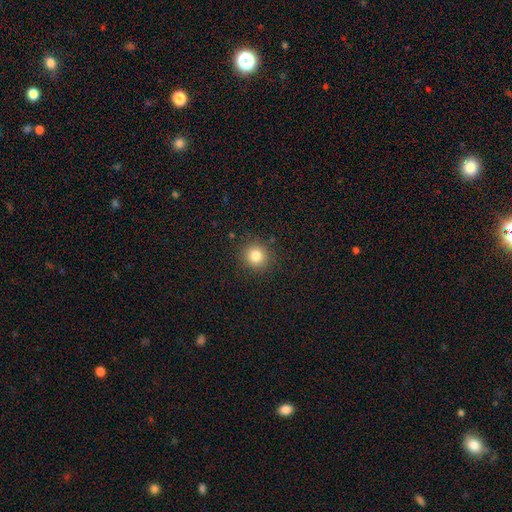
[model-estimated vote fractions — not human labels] This appears to be a smooth galaxy with no disk features (82%) that is round (93%). Merging: none (90%).